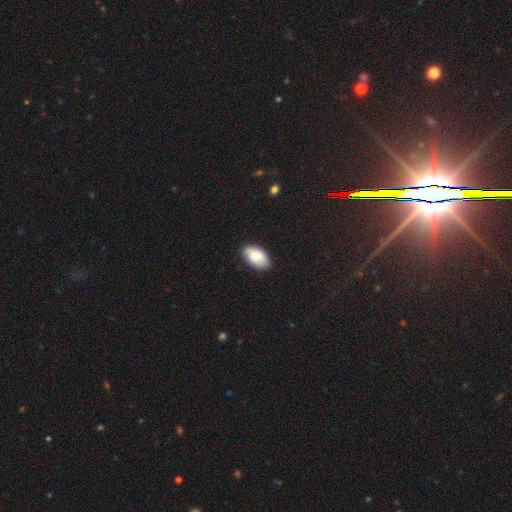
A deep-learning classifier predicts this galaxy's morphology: A smooth galaxy with no disk features (79%) that is in between round and cigar-shaped (93%). Merging: none (82%).